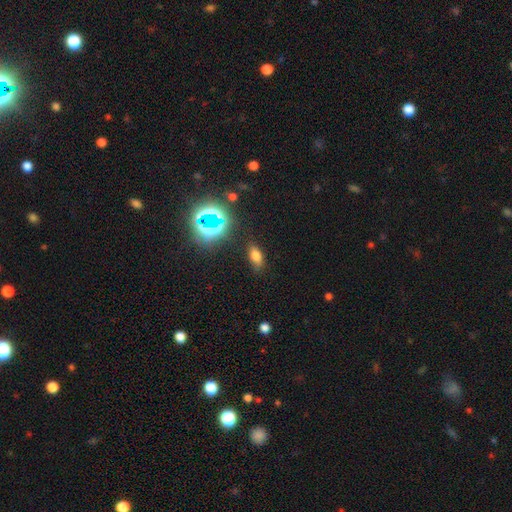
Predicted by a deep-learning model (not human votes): smooth 66%, star or artifact 23%, featured or disk 11%. Down the decision tree: how rounded — in between (84%); merging — none (80%).